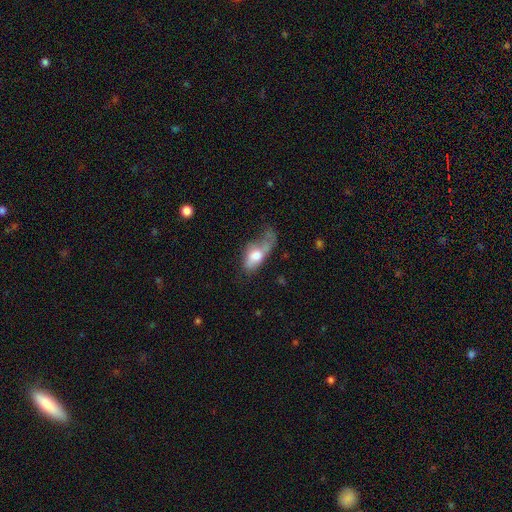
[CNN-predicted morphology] smooth-or-featured: smooth: 63% | featured or disk: 29% | star or artifact: 8%
  how-rounded: in between: 84% | cigar-shaped: 9% | round: 8%
  merging: major disturbance: 51% | minor disturbance: 23% | none: 18% | merger: 8%